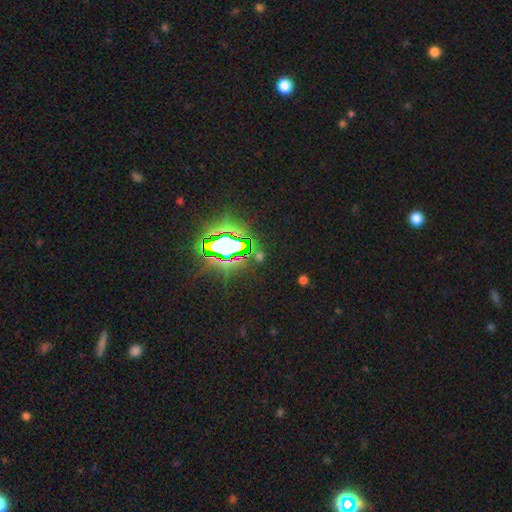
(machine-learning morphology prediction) This appears to be a star or artifact, not a galaxy (80%).